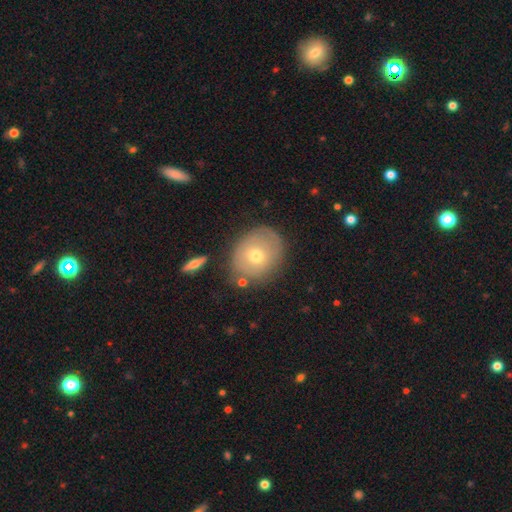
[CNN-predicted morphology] This is possibly a smooth galaxy (58%). How rounded: likely round (65%). Merging: likely none (77%).